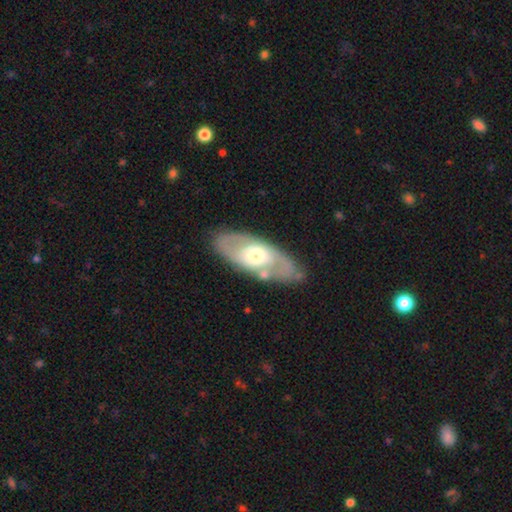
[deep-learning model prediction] A featured or disk galaxy (67%) with no bar (69%), spiral arms (54%) and a moderate central bulge (65%). Merging: none (78%).